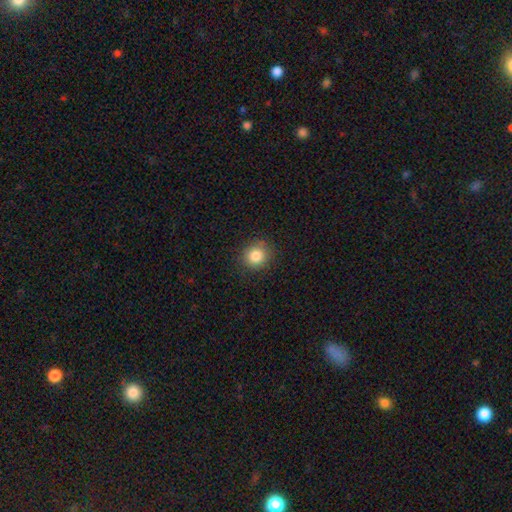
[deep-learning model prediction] Smooth or featured?
  - smooth: 83% *
  - star or artifact: 11%
  - featured or disk: 6%
How rounded?
  - round: 88% *
  - in between: 11%
  - cigar-shaped: 1%
Merging?
  - none: 88% *
  - minor disturbance: 9%
  - major disturbance: 3%
  - merger: 1%